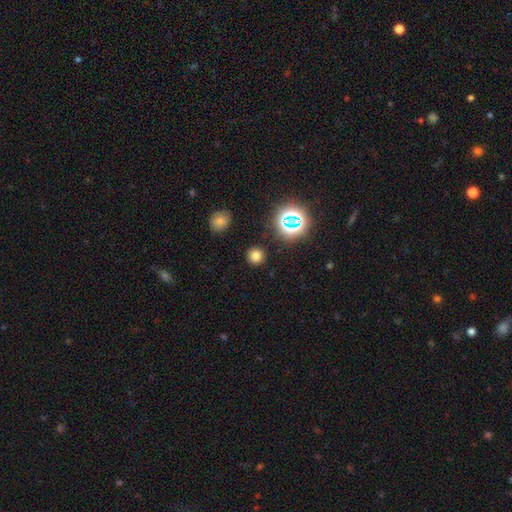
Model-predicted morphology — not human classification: The model was most divided on "smooth or featured": smooth: 73%, star or artifact: 21%, featured or disk: 6%. More confident: how rounded — round (93%); merging — none (90%).